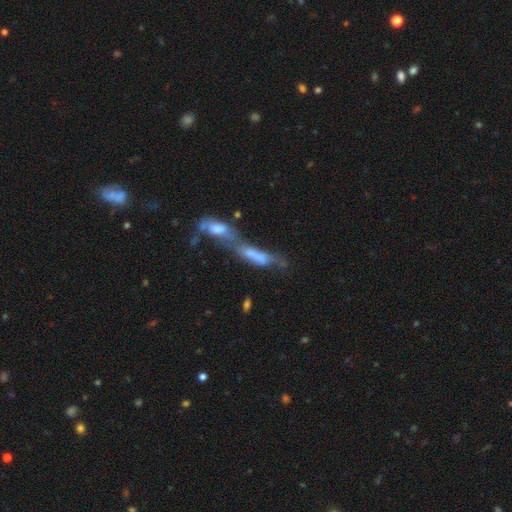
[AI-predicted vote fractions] smooth_or_featured: smooth (p=0.54) [alt: featured or disk p=0.36]
how_rounded: cigar-shaped (p=0.52) [alt: in between p=0.45]
merging: merger (p=0.78) [alt: major disturbance p=0.09]